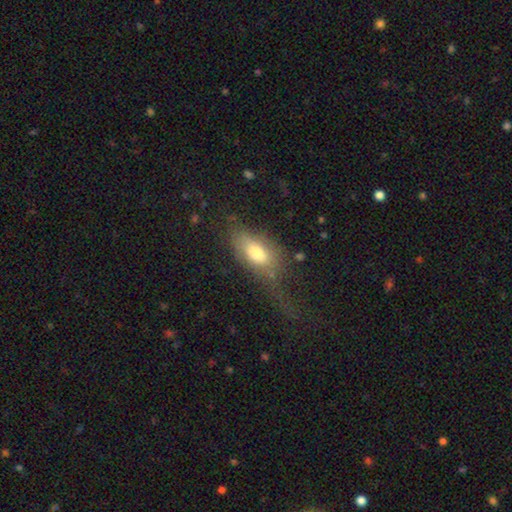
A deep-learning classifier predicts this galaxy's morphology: Smooth or featured?
  - smooth: 70% *
  - featured or disk: 22%
  - star or artifact: 8%
How rounded?
  - in between: 85% *
  - cigar-shaped: 9%
  - round: 6%
Merging?
  - major disturbance: 41% *
  - none: 31%
  - minor disturbance: 23%
  - merger: 4%